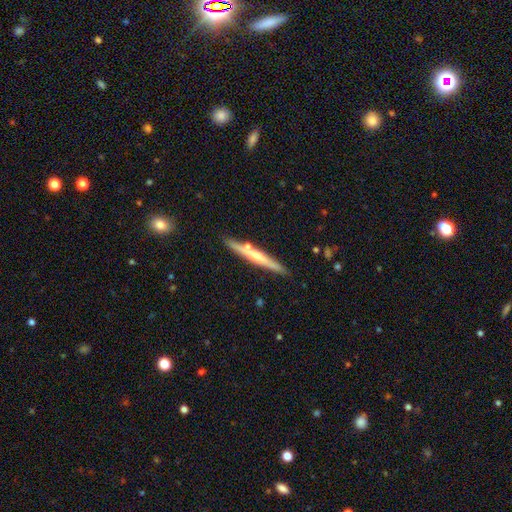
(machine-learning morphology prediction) This is possibly a featured or disk galaxy (60%). It is clearly viewed edge-on (96%). Edge-on bulge: likely rounded (67%). Merging: clearly none (81%).